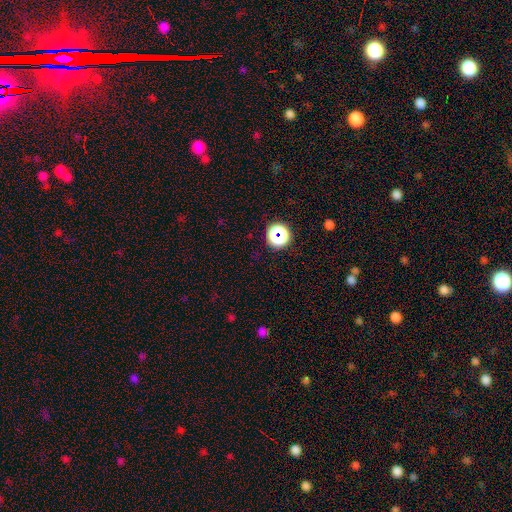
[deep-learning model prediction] smooth_or_featured: star or artifact (p=0.55) [alt: smooth p=0.38]